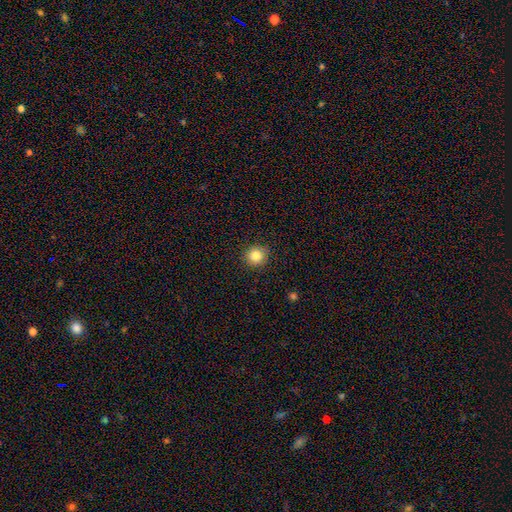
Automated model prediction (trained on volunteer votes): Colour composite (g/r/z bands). It shows a smooth galaxy with no disk features (83%) that is round (92%). Merging: none (91%).